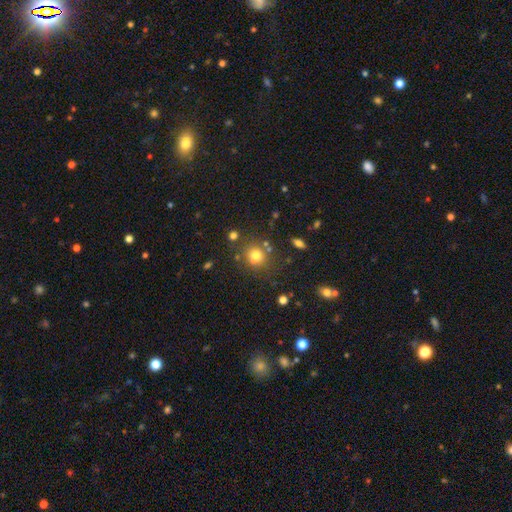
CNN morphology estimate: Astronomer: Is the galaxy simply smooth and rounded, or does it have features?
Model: smooth — 75%.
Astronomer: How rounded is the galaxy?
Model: round — 85%.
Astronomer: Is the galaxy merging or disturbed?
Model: none — 75%.